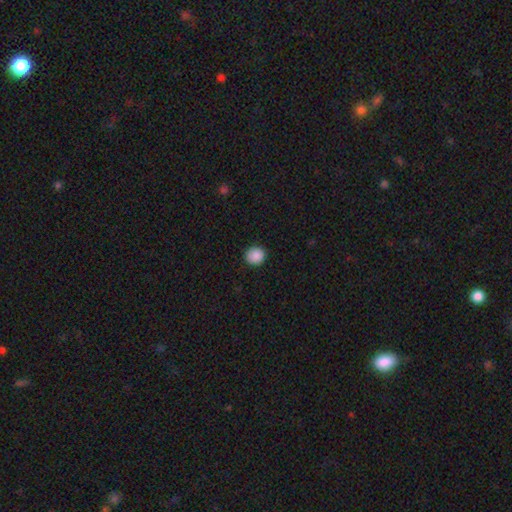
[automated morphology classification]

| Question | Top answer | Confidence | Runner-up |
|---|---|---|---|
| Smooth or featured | smooth | 89% | star or artifact (9%) |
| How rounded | round | 87% | in between (12%) |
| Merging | none | 90% | minor disturbance (7%) |